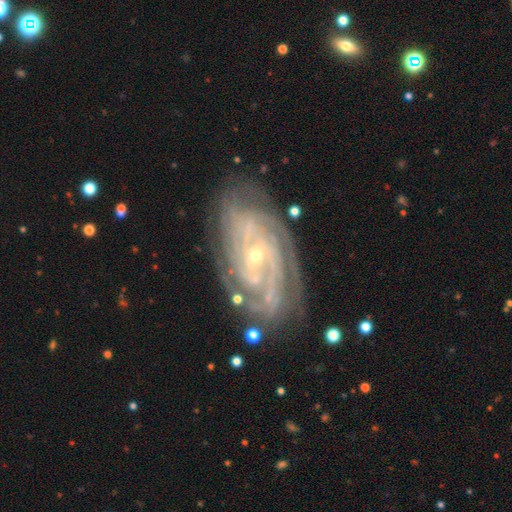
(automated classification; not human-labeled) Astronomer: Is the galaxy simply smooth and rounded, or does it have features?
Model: featured or disk — 88%.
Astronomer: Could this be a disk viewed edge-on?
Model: no — 95%.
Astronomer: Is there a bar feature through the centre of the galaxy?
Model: no — 56% (runner-up: weak, 32%).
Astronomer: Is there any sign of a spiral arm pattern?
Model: yes — 96%.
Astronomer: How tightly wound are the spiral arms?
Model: tight — 70%.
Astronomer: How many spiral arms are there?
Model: can't tell — 30% (runner-up: 2, 18%).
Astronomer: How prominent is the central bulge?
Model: small — 78%.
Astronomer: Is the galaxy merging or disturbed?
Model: none — 74%.